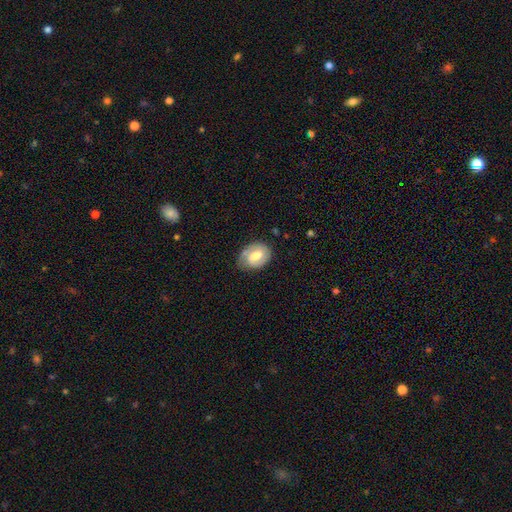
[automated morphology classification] smooth_or_featured: featured or disk (p=0.60) [alt: smooth p=0.34]
disk_edge_on: no (p=0.97) [alt: yes p=0.03]
bar: weak (p=0.52) [alt: no p=0.27]
has_spiral_arms: yes (p=0.81) [alt: no p=0.19]
bulge_size: moderate (p=0.57) [alt: large p=0.20]
merging: none (p=0.68) [alt: minor disturbance p=0.23]